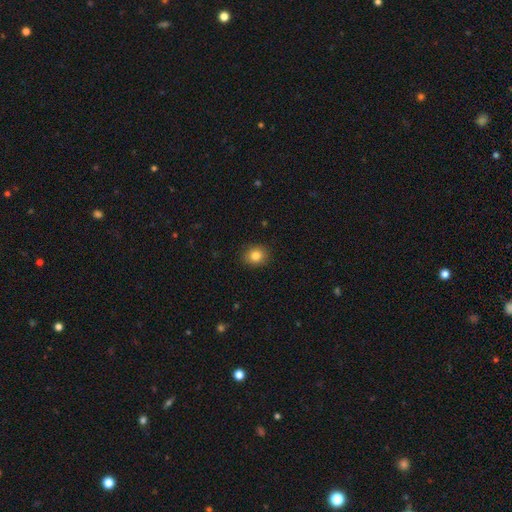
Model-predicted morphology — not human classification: A smooth galaxy with no disk features (83%) that is round (65%).

Vote fractions:
- Smooth or featured? smooth: 83% / star or artifact: 10% / featured or disk: 6%
- How rounded? round: 65% / in between: 34% / cigar-shaped: 1%
- Merging? none: 89% / minor disturbance: 8% / major disturbance: 2% / merger: 1%